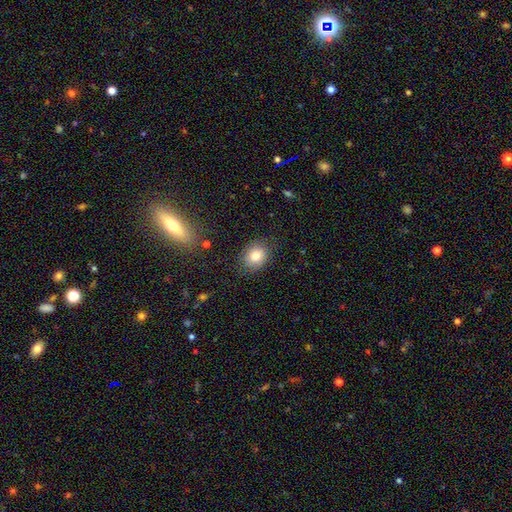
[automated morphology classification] Overall: smooth (81%). How rounded: in between (52%; round 48%). Merging: none (81%).